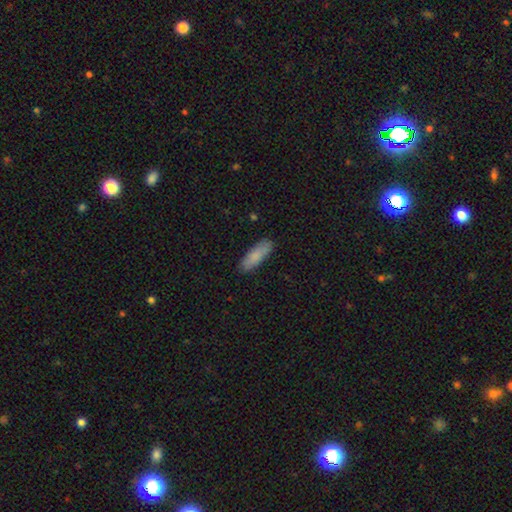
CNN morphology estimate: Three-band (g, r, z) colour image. It shows a smooth galaxy with no disk features (85%) that is in between round and cigar-shaped (54%). Merging: none (86%).